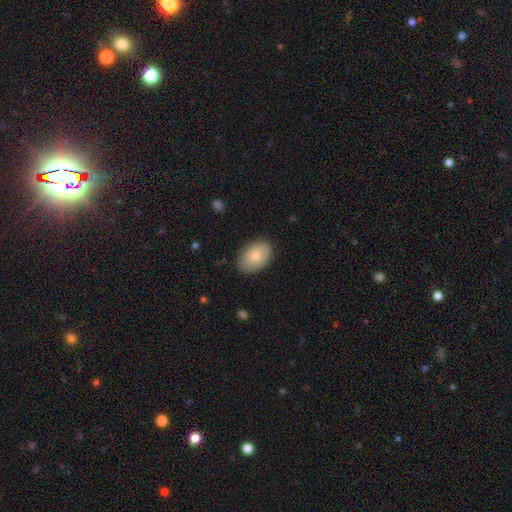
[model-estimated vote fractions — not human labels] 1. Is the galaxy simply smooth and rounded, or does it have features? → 81% smooth, 13% featured or disk, 6% star or artifact.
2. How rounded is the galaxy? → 87% in between, 12% round, 1% cigar-shaped.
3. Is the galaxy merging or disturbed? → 84% none, 12% minor disturbance, 3% major disturbance, 1% merger.